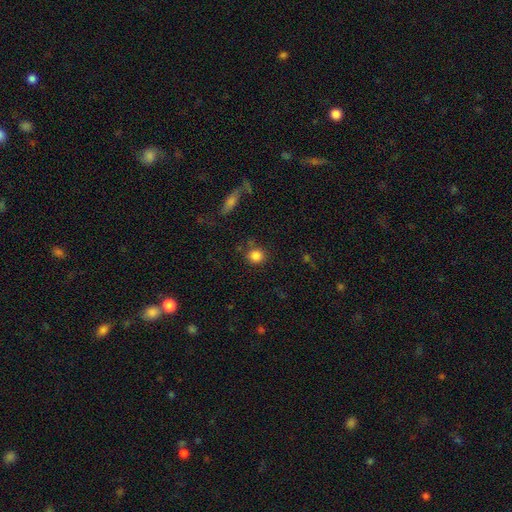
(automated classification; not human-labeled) This appears to be a smooth galaxy with no disk features (85%) that is round (89%). Merging: none (79%).